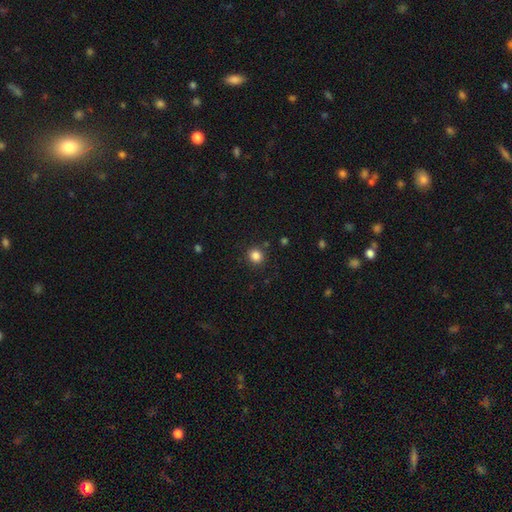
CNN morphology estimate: Q: Smooth or featured?
A: smooth (84%); runner-up: star or artifact (12%)
Q: How rounded?
A: round (88%); runner-up: in between (11%)
Q: Merging?
A: none (88%); runner-up: minor disturbance (7%)